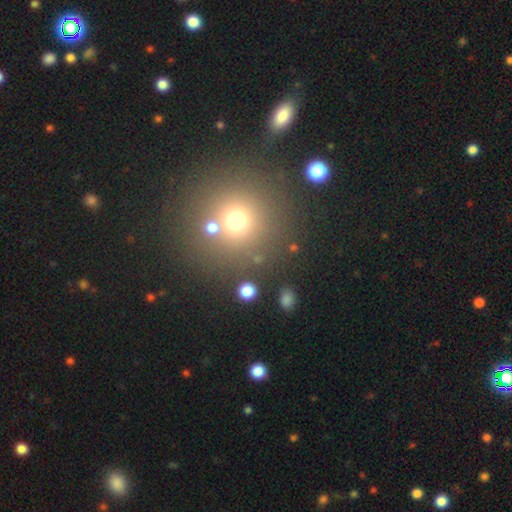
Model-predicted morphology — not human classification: Smooth or featured: smooth — 56% (star or artifact — 32%)
How rounded: round — 94% (in between — 5%)
Merging: none — 75% (merger — 14%)